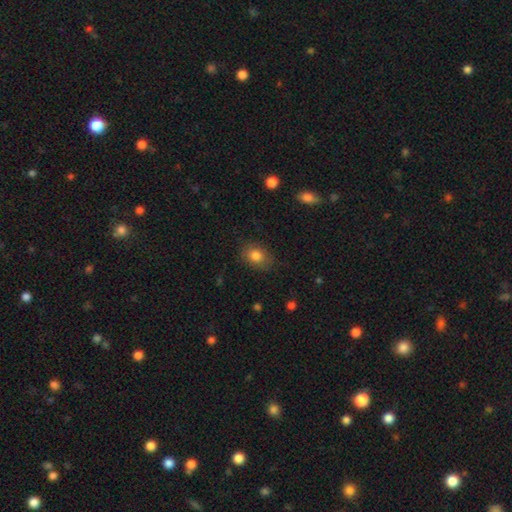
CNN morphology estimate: smooth 81%, star or artifact 10%, featured or disk 9%. Down the decision tree: how rounded — in between (65%); merging — none (80%).